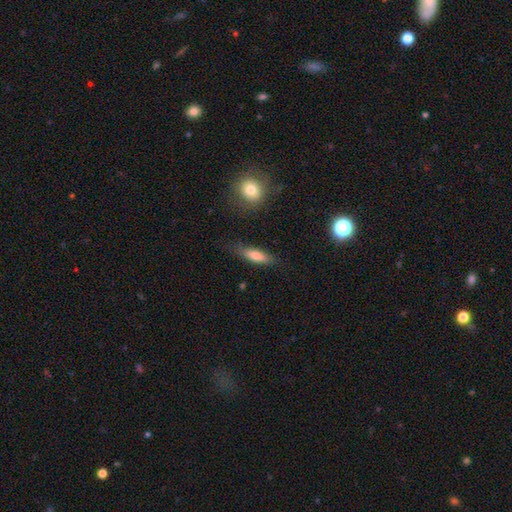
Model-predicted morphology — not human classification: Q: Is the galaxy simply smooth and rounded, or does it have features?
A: smooth — 75%.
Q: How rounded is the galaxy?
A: cigar-shaped — 56%.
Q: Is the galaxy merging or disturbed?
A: none — 78%.